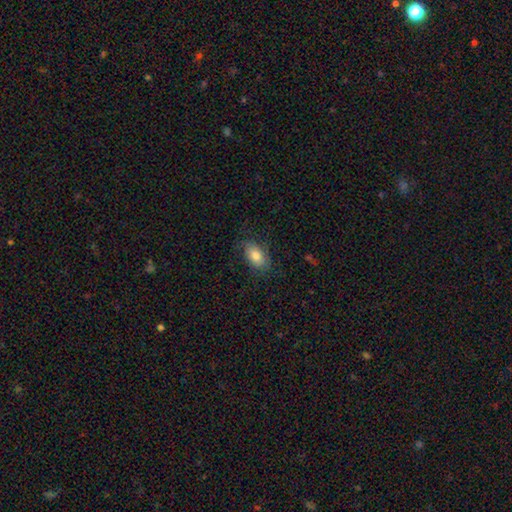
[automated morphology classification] Smooth or featured: smooth — 78% (featured or disk — 15%)
How rounded: in between — 90% (round — 8%)
Merging: none — 75% (minor disturbance — 18%)